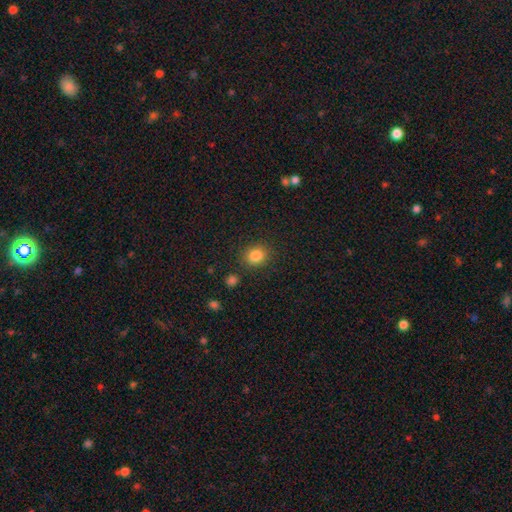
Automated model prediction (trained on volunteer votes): Smooth or featured? Predicted: smooth (p=0.84). How rounded? Predicted: round (p=0.68). Merging? Predicted: none (p=0.84).